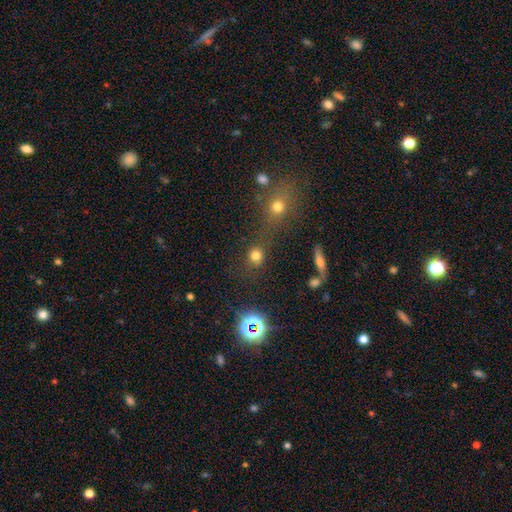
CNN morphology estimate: smooth 75%, star or artifact 18%, featured or disk 7%. Down the decision tree: how rounded — round (82%); merging — none (67%).